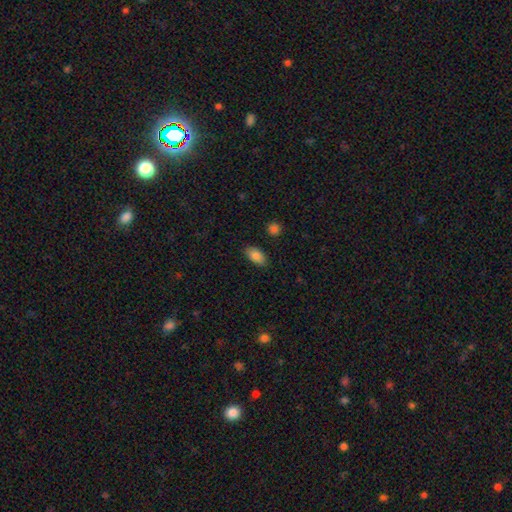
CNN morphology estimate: The model was most divided on "merging": none: 87%, minor disturbance: 9%, major disturbance: 2%, merger: 2%. More confident: how rounded — in between (92%); smooth or featured — smooth (86%).